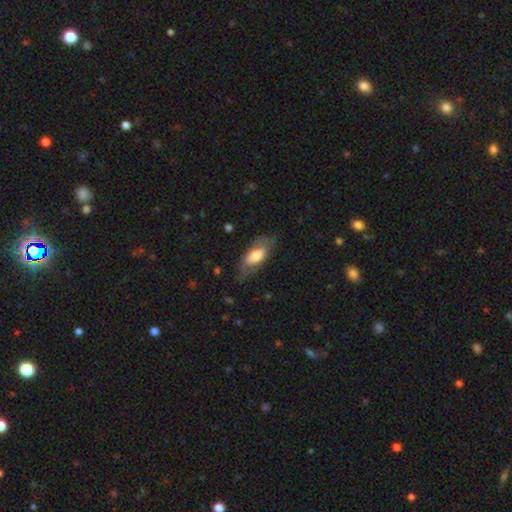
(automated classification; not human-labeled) Smooth or featured: smooth — 58% (featured or disk — 36%)
How rounded: in between — 85% (cigar-shaped — 12%)
Merging: none — 64% (minor disturbance — 23%)